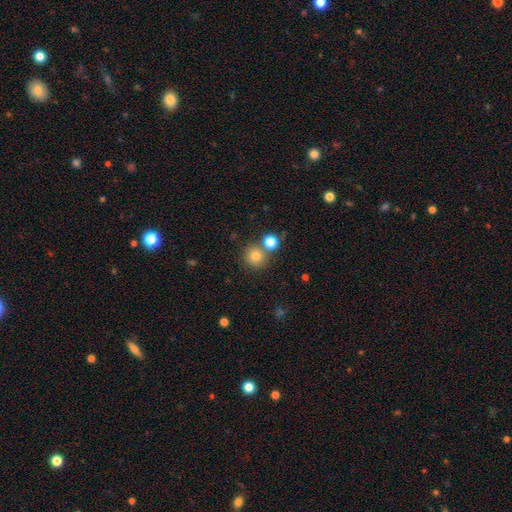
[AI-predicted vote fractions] Smooth or featured? smooth (78%)
How rounded? round (93%)
Merging? none (71%)